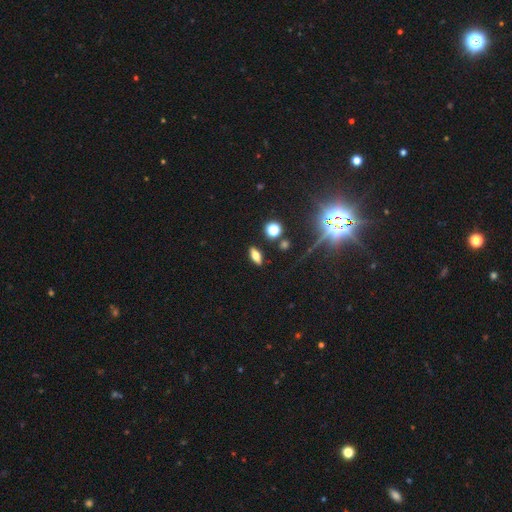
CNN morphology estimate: smooth-or-featured: smooth: 61% | featured or disk: 24% | star or artifact: 15%
  how-rounded: in between: 74% | cigar-shaped: 19% | round: 6%
  merging: none: 88% | minor disturbance: 8% | major disturbance: 2% | merger: 2%